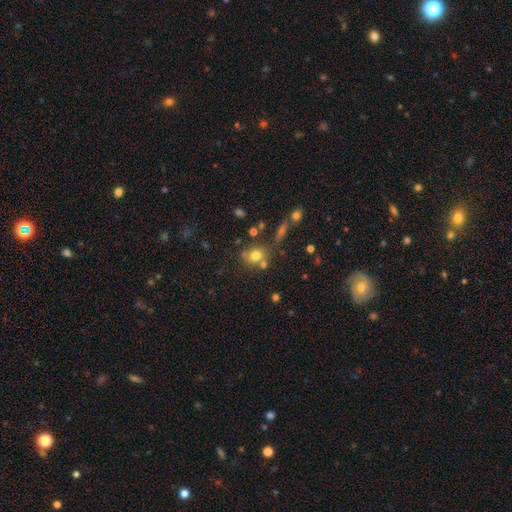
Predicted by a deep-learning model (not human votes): This appears to be a smooth galaxy with no disk features (75%) that is round (63%). Merging: none (62%).